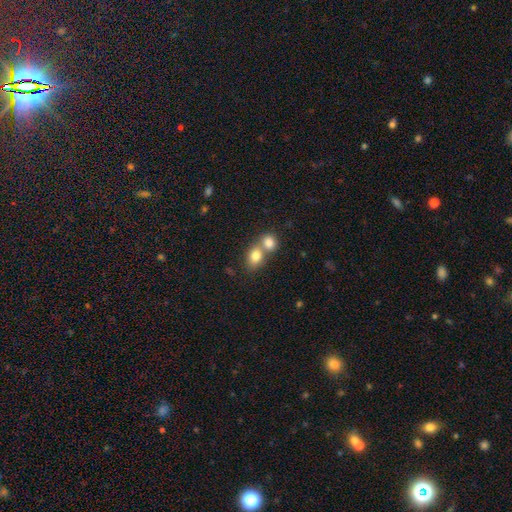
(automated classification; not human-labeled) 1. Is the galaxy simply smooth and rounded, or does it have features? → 80% smooth, 10% featured or disk, 10% star or artifact.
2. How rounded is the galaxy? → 54% in between, 45% round, 1% cigar-shaped.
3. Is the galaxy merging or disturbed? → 58% merger, 32% none, 7% minor disturbance, 3% major disturbance.